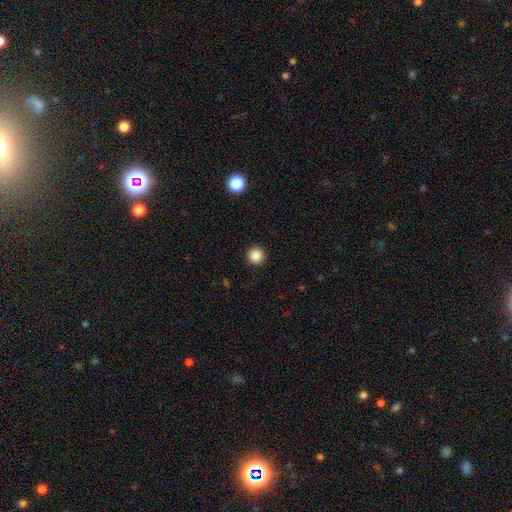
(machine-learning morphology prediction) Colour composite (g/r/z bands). It shows a smooth galaxy with no disk features (87%) that is round (96%). Merging: none (93%).